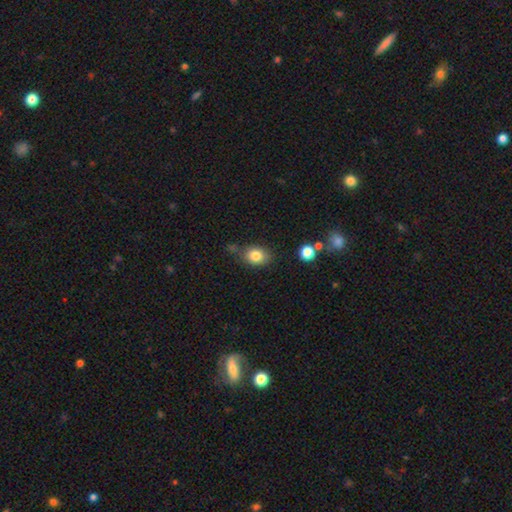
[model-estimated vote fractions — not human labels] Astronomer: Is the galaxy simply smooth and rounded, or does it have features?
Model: smooth — 82%.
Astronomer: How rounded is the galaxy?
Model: in between — 55% (runner-up: round, 43%).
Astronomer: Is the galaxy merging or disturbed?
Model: none — 70%.